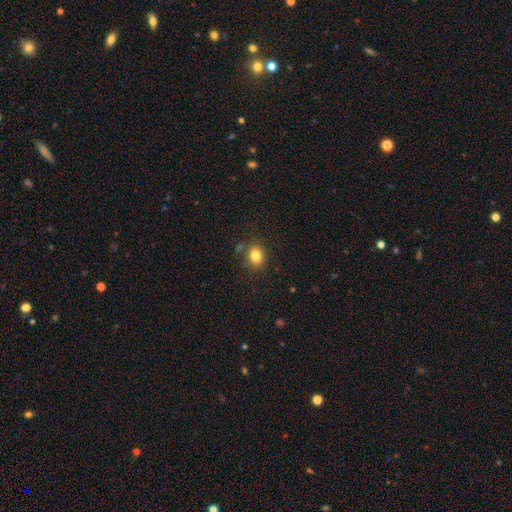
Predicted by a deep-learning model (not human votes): Q: Smooth or featured?
A: smooth (82%); runner-up: star or artifact (11%)
Q: How rounded?
A: in between (52%); runner-up: round (47%)
Q: Merging?
A: none (81%); runner-up: minor disturbance (11%)